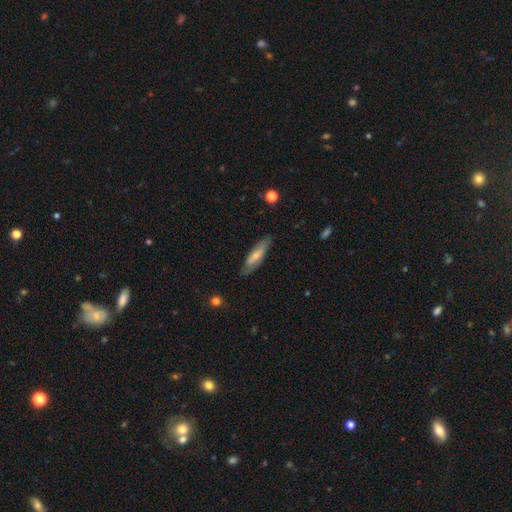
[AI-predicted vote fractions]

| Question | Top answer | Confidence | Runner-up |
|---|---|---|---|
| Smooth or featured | smooth | 50% | featured or disk (44%) |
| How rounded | cigar-shaped | 59% | in between (39%) |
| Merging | none | 79% | minor disturbance (16%) |